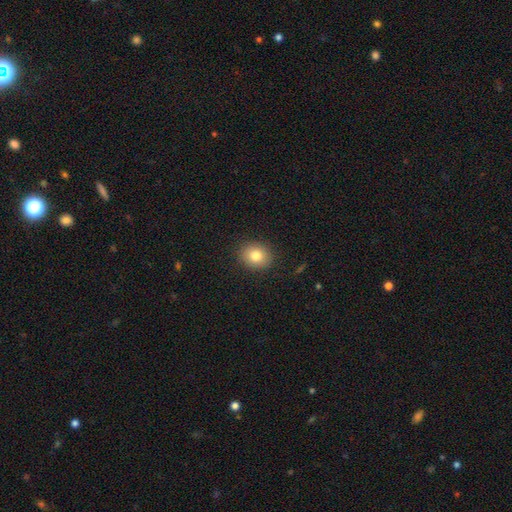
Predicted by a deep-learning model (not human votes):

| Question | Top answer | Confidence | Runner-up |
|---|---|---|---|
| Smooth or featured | smooth | 81% | star or artifact (10%) |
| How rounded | round | 62% | in between (37%) |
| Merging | none | 89% | minor disturbance (8%) |